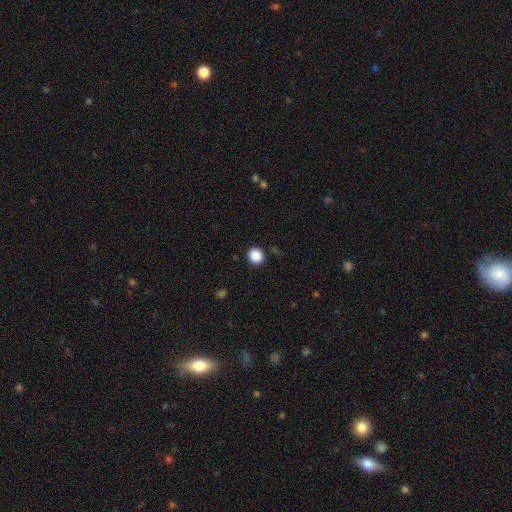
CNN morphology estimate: This appears to be a smooth galaxy with no disk features (88%) that is round (81%). Merging: none (90%).